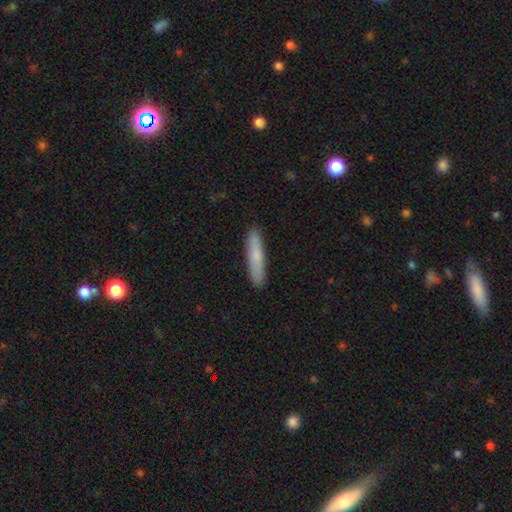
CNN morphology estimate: Overall: smooth (74%). How rounded: cigar-shaped (88%). Merging: none (90%).